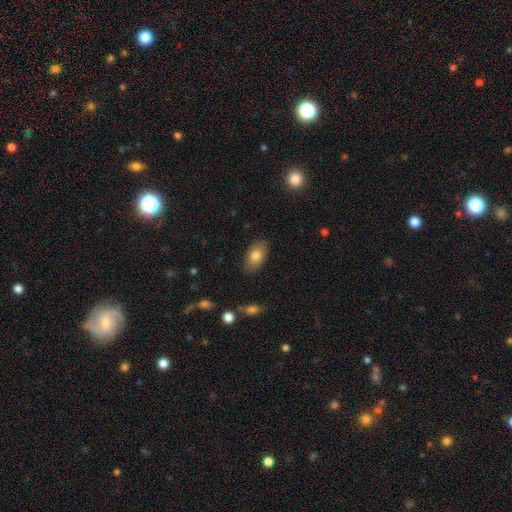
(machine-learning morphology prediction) smooth-or-featured: smooth: 80% | featured or disk: 13% | star or artifact: 7%
  how-rounded: in between: 92% | round: 6% | cigar-shaped: 2%
  merging: none: 85% | minor disturbance: 12% | major disturbance: 3% | merger: 1%